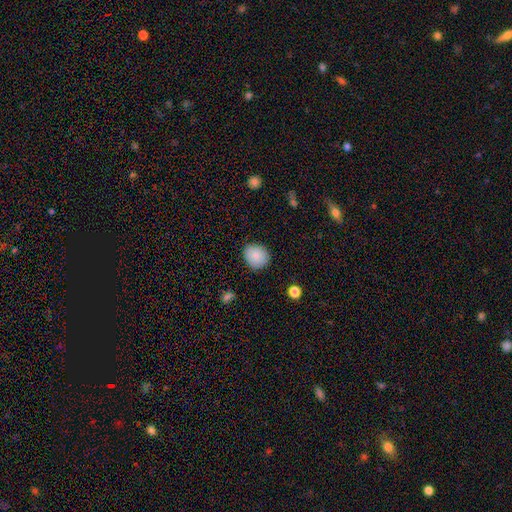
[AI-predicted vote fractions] Smooth or featured? smooth (86%)
How rounded? round (76%)
Merging? none (84%)